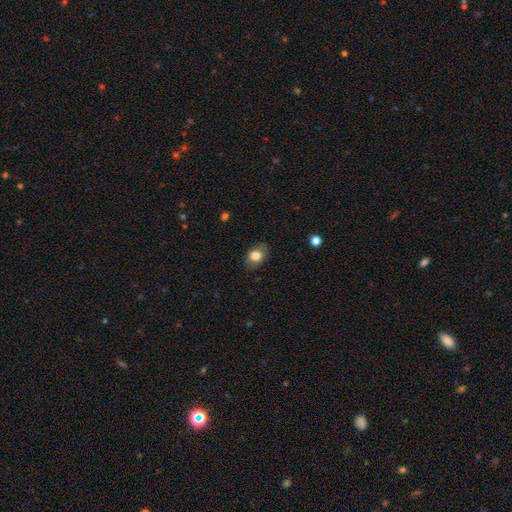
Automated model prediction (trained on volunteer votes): This is likely a smooth galaxy (79%). How rounded: likely in between (74%). Merging: clearly none (83%).